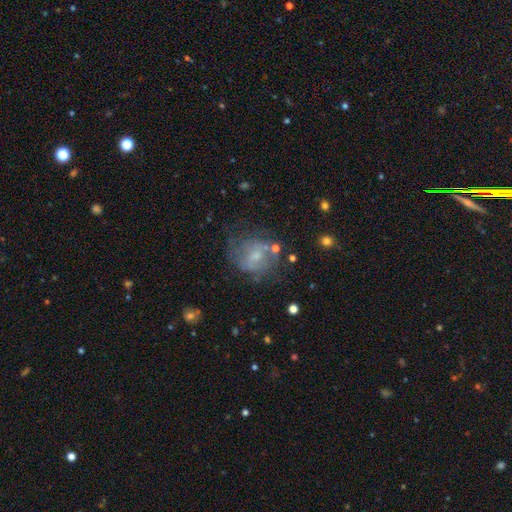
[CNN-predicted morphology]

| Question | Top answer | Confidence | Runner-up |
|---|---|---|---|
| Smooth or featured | featured or disk | 45% | smooth (42%) |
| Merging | none | 46% | minor disturbance (24%) |